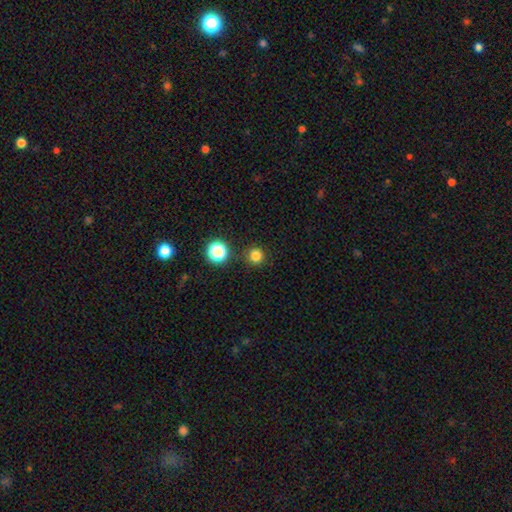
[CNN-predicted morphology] The model was most divided on "smooth or featured": smooth: 80%, star or artifact: 15%, featured or disk: 4%. More confident: how rounded — round (95%); merging — none (89%).